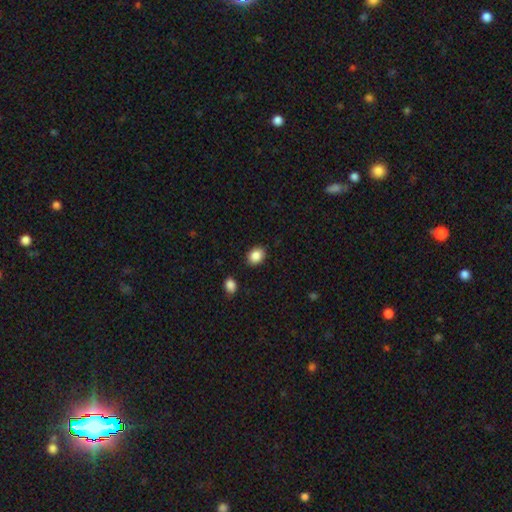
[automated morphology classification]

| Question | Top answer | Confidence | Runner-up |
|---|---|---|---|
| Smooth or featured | smooth | 87% | star or artifact (8%) |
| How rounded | in between | 61% | round (38%) |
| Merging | none | 87% | minor disturbance (9%) |